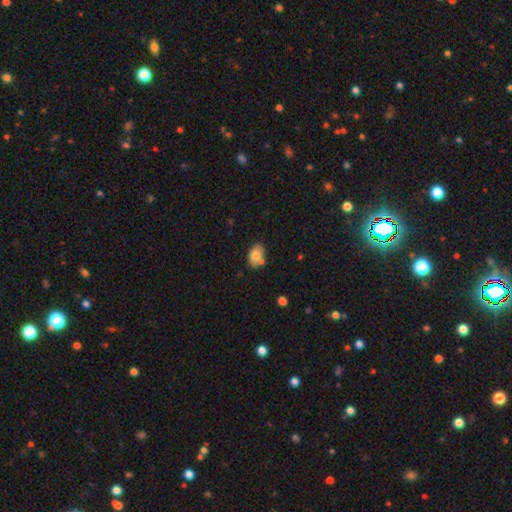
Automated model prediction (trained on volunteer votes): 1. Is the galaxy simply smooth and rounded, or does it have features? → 78% smooth, 14% featured or disk, 8% star or artifact.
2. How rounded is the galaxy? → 83% in between, 15% round, 1% cigar-shaped.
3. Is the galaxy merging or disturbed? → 64% none, 17% minor disturbance, 15% merger, 4% major disturbance.